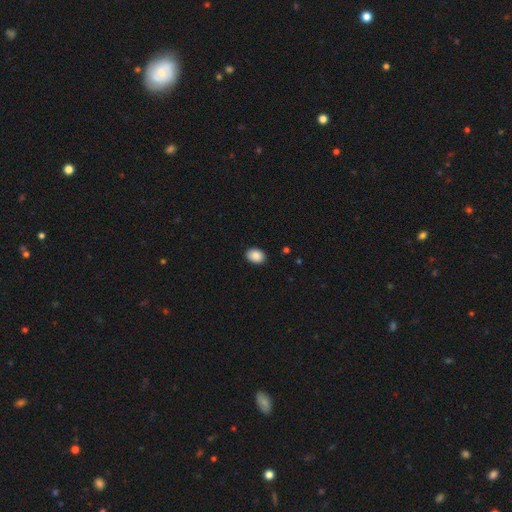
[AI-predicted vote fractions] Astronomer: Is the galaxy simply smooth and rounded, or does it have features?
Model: smooth — 89%.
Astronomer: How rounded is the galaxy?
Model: in between — 70%.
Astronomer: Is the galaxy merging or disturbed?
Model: none — 90%.